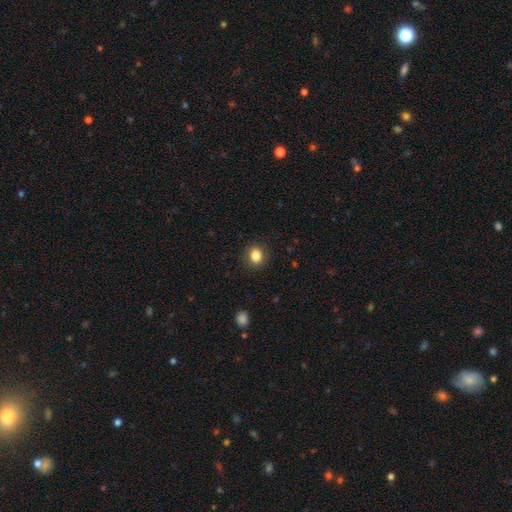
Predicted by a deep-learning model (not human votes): Smooth or featured: smooth — 85% (star or artifact — 10%)
How rounded: round — 70% (in between — 29%)
Merging: none — 89% (minor disturbance — 7%)